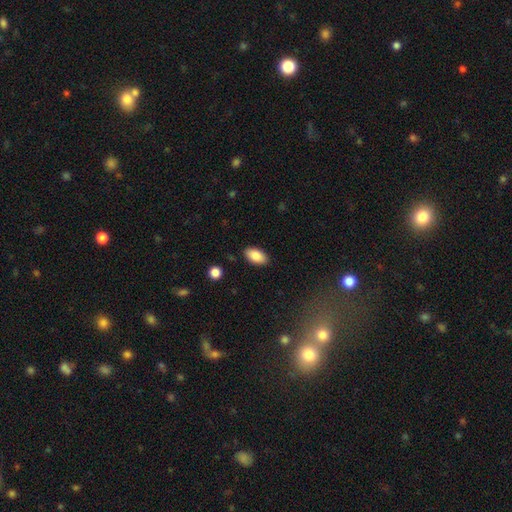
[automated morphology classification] smooth 86%, star or artifact 7%, featured or disk 7%. Down the decision tree: how rounded — in between (94%); merging — none (87%).